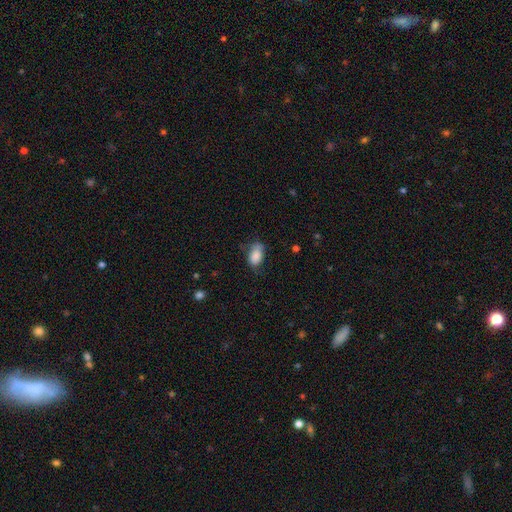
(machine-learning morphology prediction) smooth 82%, featured or disk 10%, star or artifact 8%. Down the decision tree: how rounded — in between (89%); merging — none (52%).